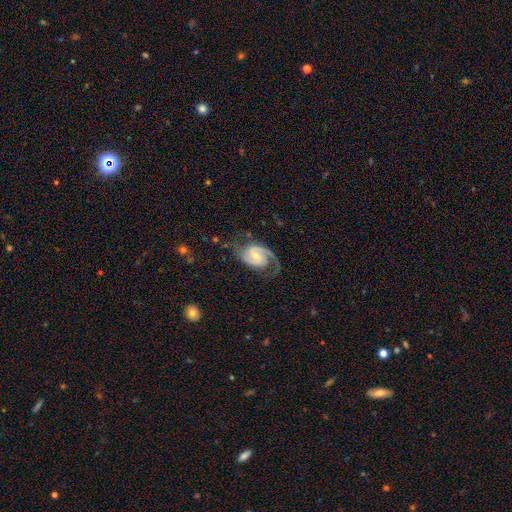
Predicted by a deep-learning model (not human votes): This appears to be a featured or disk galaxy (88%) with no bar (47%), 2 (85%) medium (53%) spiral arms (97%) and a small central bulge (52%). Merging: none (68%).